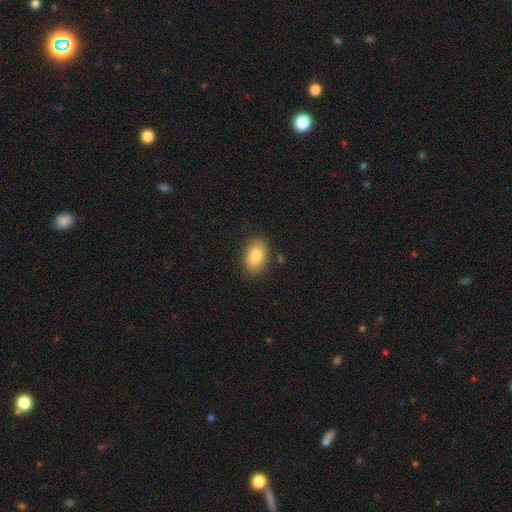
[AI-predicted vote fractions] Overall: smooth (83%). How rounded: in between (85%). Merging: none (85%).